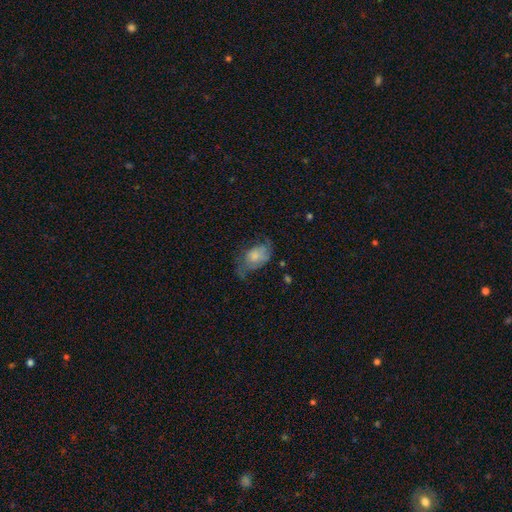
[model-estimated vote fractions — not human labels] smooth_or_featured: smooth (p=0.58) [alt: featured or disk p=0.34]
how_rounded: in between (p=0.85) [alt: round p=0.13]
merging: none (p=0.34) [alt: minor disturbance p=0.32]